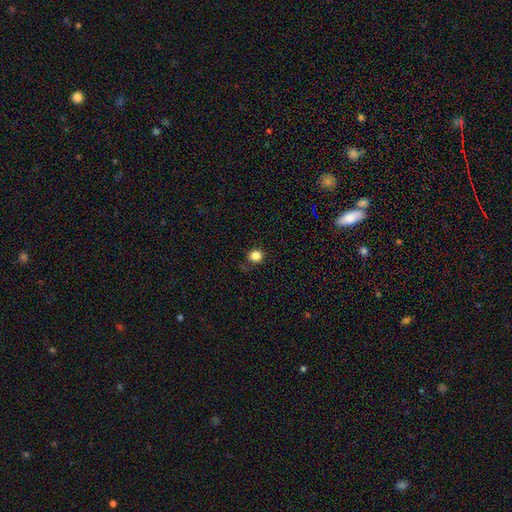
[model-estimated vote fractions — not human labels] smooth_or_featured: smooth (p=0.84) [alt: star or artifact p=0.12]
how_rounded: round (p=0.89) [alt: in between p=0.10]
merging: none (p=0.87) [alt: minor disturbance p=0.09]